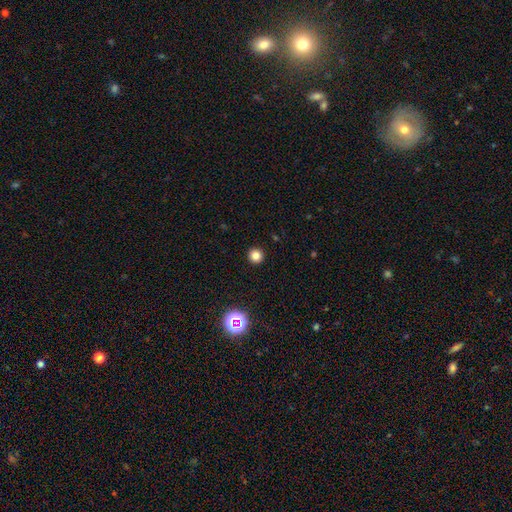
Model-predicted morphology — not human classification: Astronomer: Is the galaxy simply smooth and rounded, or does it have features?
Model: smooth — 81%.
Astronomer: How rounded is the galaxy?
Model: round — 95%.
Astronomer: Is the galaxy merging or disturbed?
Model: none — 94%.